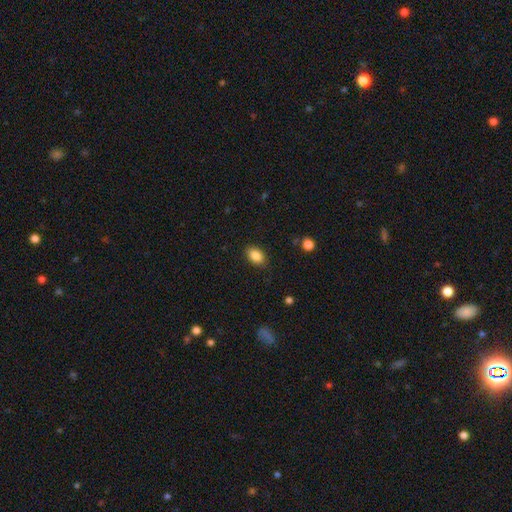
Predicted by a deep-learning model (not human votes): A smooth galaxy with no disk features (86%) that is in between round and cigar-shaped (86%).

Vote fractions:
- Smooth or featured? smooth: 86% / star or artifact: 8% / featured or disk: 6%
- How rounded? in between: 86% / round: 12% / cigar-shaped: 1%
- Merging? none: 86% / minor disturbance: 11% / major disturbance: 2% / merger: 1%